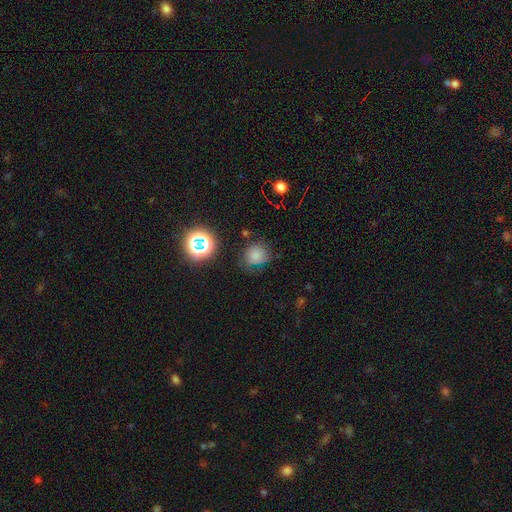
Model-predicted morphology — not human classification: smooth-or-featured: smooth: 71% | star or artifact: 19% | featured or disk: 10%
  how-rounded: round: 83% | in between: 16% | cigar-shaped: 1%
  merging: none: 64% | minor disturbance: 24% | major disturbance: 8% | merger: 3%